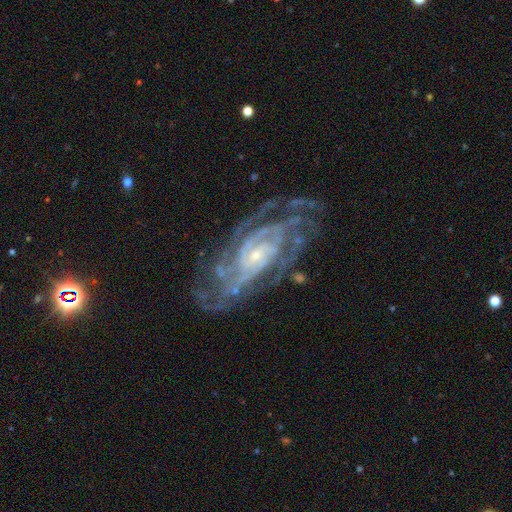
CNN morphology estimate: This is clearly a featured or disk galaxy (90%). It is clearly not viewed edge-on (95%). Bar: possibly no (58%). Spiral arm pattern: clearly yes (97%). Spiral arm count: marginally can't tell (25%). Spiral winding: likely tight (65%). Central bulge: likely small (71%). Merging: likely none (69%).